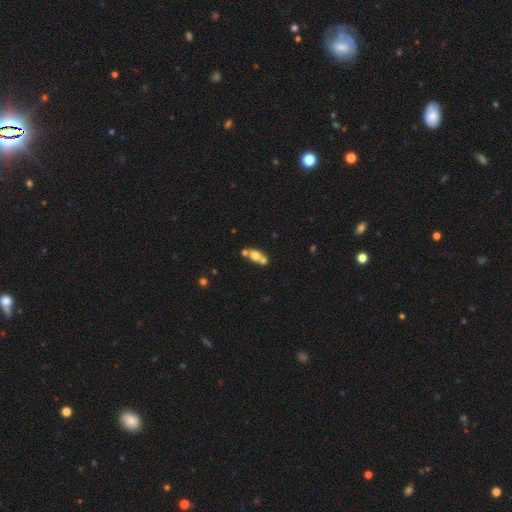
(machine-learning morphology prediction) This appears to be a smooth galaxy with no disk features (61%) that is in between round and cigar-shaped (65%). Merging: merger (46%).